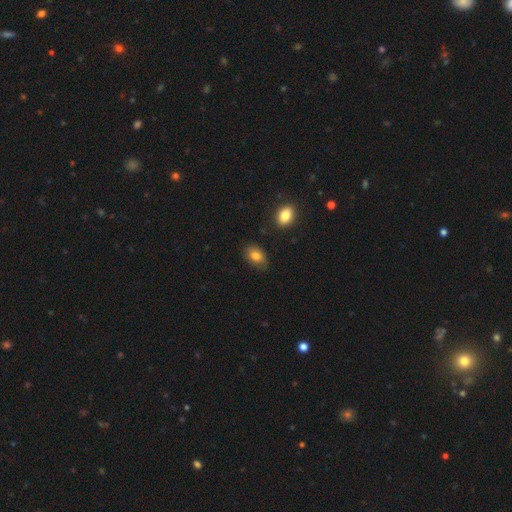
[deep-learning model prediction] A smooth galaxy with no disk features (82%) that is in between round and cigar-shaped (83%). Merging: none (78%).